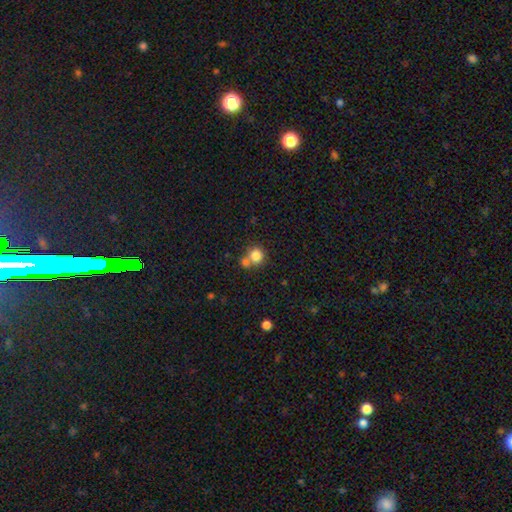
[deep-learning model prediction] Smooth or featured? Predicted: smooth (p=0.82). How rounded? Predicted: round (p=0.88). Merging? Predicted: none (p=0.53).